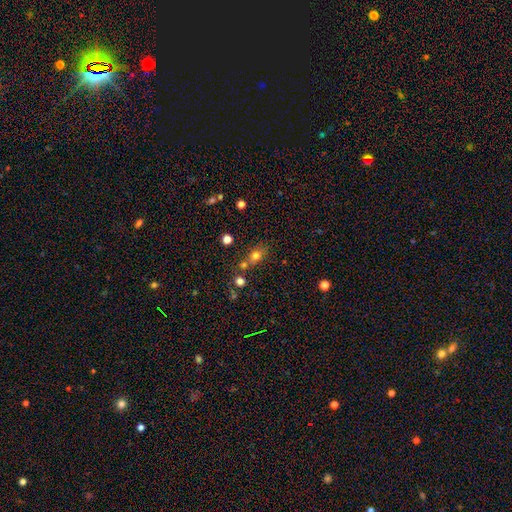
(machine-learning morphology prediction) A smooth galaxy with no disk features (73%) that is round (49%).

Vote fractions:
- Smooth or featured? smooth: 73% / star or artifact: 16% / featured or disk: 12%
- How rounded? round: 49% / in between: 48% / cigar-shaped: 3%
- Merging? none: 54% / merger: 28% / minor disturbance: 13% / major disturbance: 5%